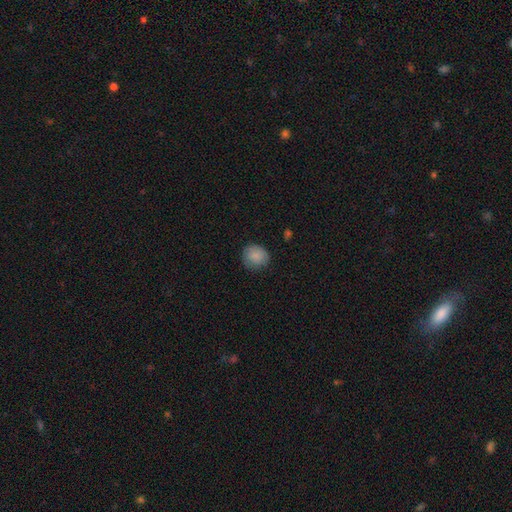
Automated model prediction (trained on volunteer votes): smooth_or_featured: smooth (p=0.87) [alt: star or artifact p=0.07]
how_rounded: round (p=0.85) [alt: in between p=0.14]
merging: none (p=0.80) [alt: minor disturbance p=0.16]